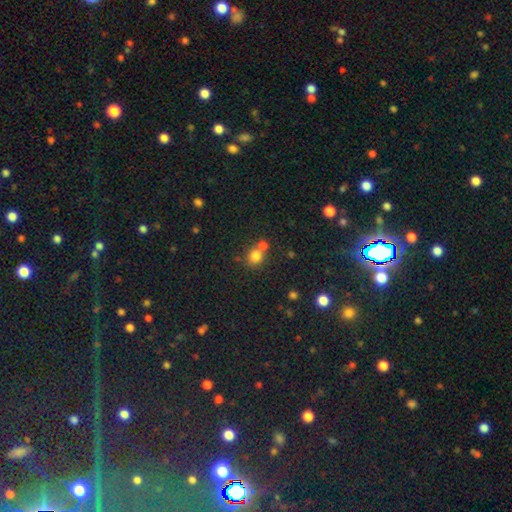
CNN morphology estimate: This is likely a smooth galaxy (78%). How rounded: likely round (74%). Merging: possibly none (51%).